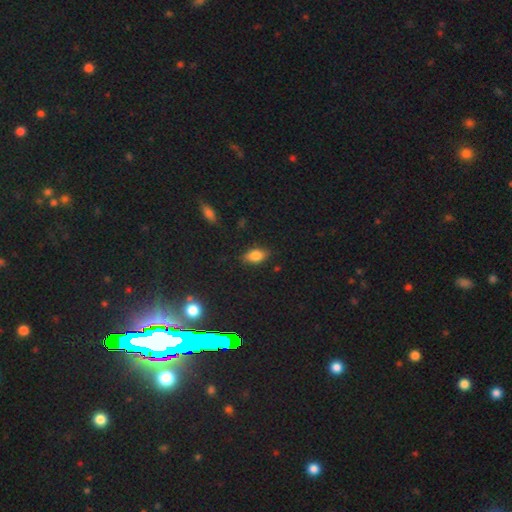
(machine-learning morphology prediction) Smooth or featured? smooth (79%)
How rounded? in between (85%)
Merging? none (83%)